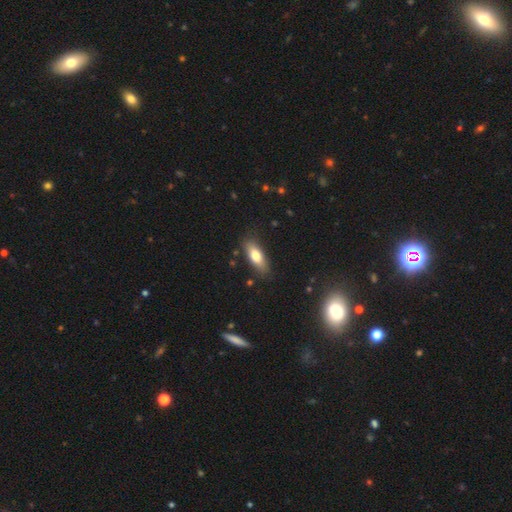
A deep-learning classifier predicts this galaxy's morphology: A smooth galaxy with no disk features (74%) that is in between round and cigar-shaped (65%).

Vote fractions:
- Smooth or featured? smooth: 74% / featured or disk: 19% / star or artifact: 7%
- How rounded? in between: 65% / cigar-shaped: 33% / round: 2%
- Merging? none: 83% / minor disturbance: 13% / major disturbance: 3% / merger: 2%